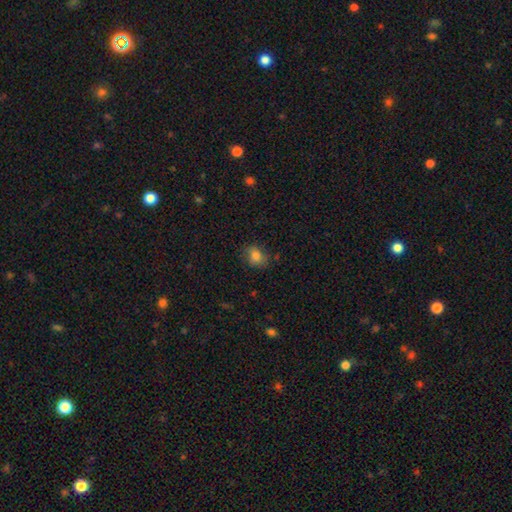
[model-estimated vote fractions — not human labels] smooth-or-featured: smooth: 80% | star or artifact: 10% | featured or disk: 10%
  how-rounded: in between: 56% | round: 43% | cigar-shaped: 1%
  merging: none: 74% | minor disturbance: 19% | major disturbance: 5% | merger: 2%